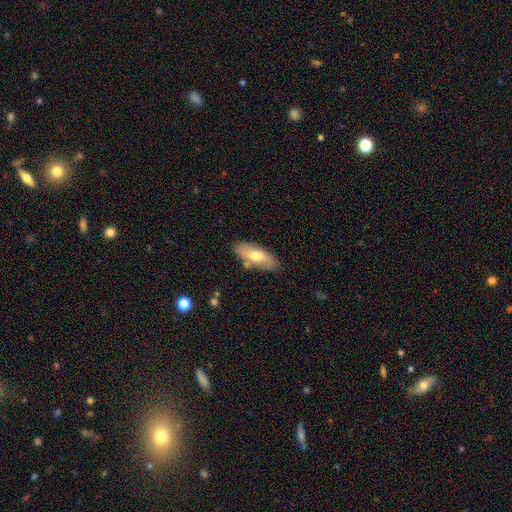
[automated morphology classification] smooth-or-featured: smooth: 58% | featured or disk: 36% | star or artifact: 6%
  how-rounded: in between: 73% | cigar-shaped: 25% | round: 3%
  merging: none: 77% | minor disturbance: 14% | merger: 6% | major disturbance: 3%